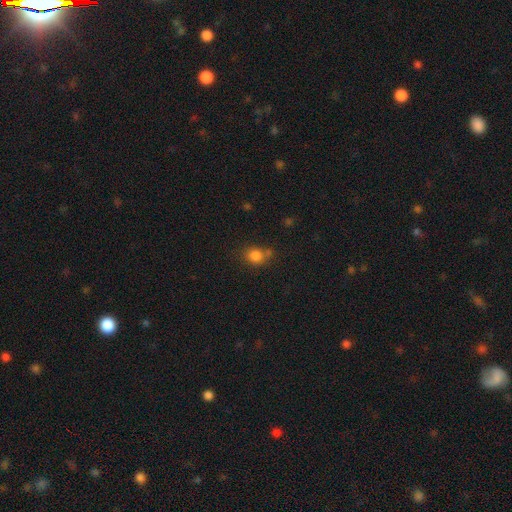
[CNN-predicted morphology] Smooth or featured? smooth (82%)
How rounded? round (70%)
Merging? none (59%)